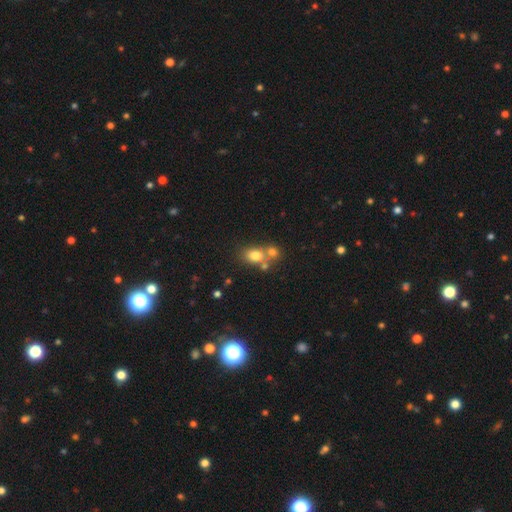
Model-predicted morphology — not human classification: Smooth or featured? Predicted: smooth (p=0.74). How rounded? Predicted: in between (p=0.61). Merging? Predicted: none (p=0.43).